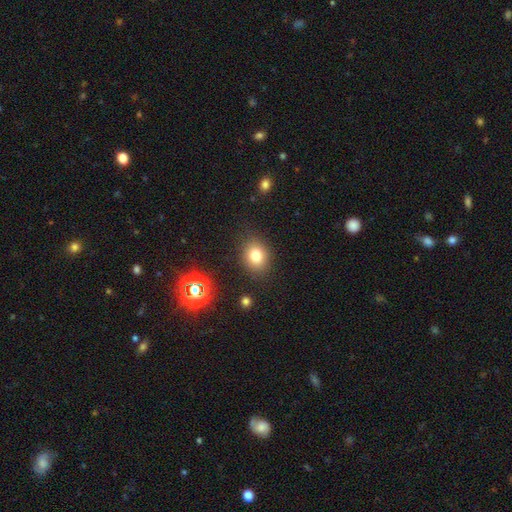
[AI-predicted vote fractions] smooth-or-featured: smooth: 78% | star or artifact: 14% | featured or disk: 8%
  how-rounded: round: 54% | in between: 45% | cigar-shaped: 1%
  merging: none: 84% | minor disturbance: 10% | major disturbance: 3% | merger: 2%